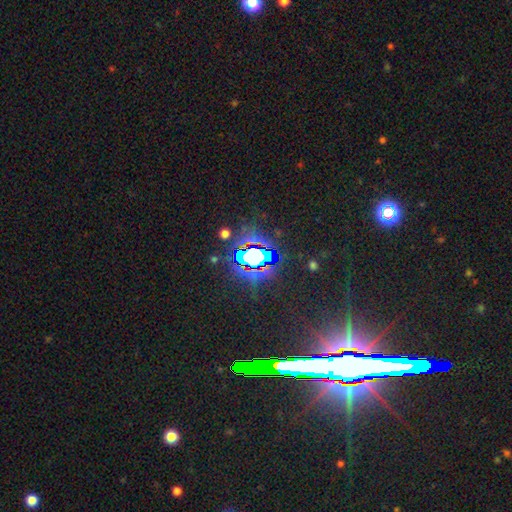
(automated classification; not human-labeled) Overall: star or artifact (71%).